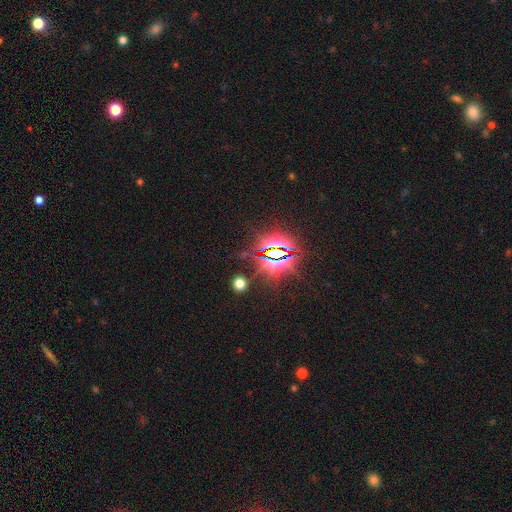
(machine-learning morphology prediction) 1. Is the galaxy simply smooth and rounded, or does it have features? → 84% star or artifact, 9% smooth, 7% featured or disk.